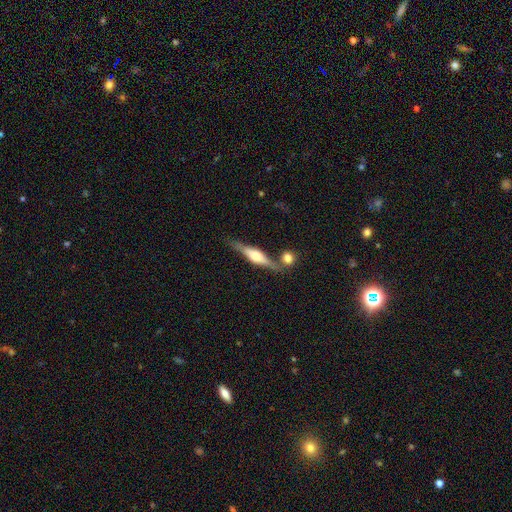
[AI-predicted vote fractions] smooth-or-featured: featured or disk: 76% | smooth: 18% | star or artifact: 6%
  disk-edge-on: yes: 96% | no: 4%
    edge-on-bulge: rounded: 87% | boxy: 11% | none: 2%
  merging: none: 72% | merger: 14% | minor disturbance: 11% | major disturbance: 3%